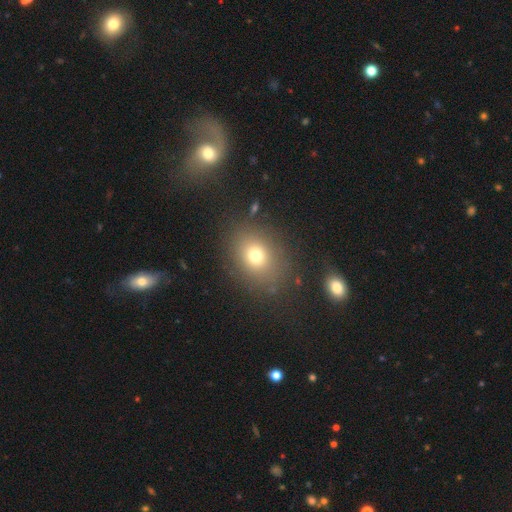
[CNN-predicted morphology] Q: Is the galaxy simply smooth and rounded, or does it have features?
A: smooth — 72%.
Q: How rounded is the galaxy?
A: in between — 50%.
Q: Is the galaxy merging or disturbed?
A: none — 81%.